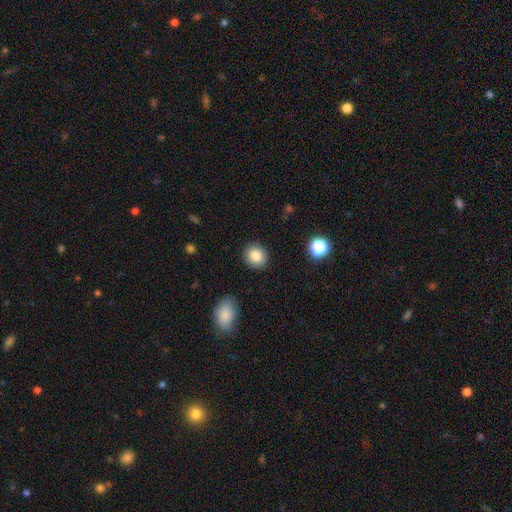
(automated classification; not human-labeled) Smooth or featured? Predicted: smooth (p=0.87). How rounded? Predicted: round (p=0.76). Merging? Predicted: none (p=0.89).